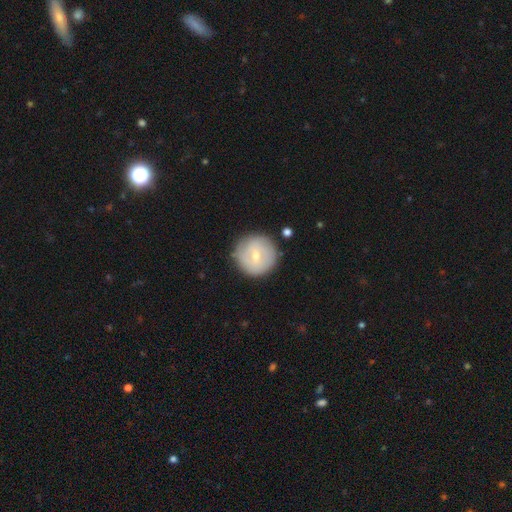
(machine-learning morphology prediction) A smooth galaxy with no disk features (51%) that is round (95%).

Vote fractions:
- Smooth or featured? smooth: 51% / featured or disk: 43% / star or artifact: 6%
- How rounded? round: 95% / in between: 4% / cigar-shaped: 1%
- Merging? none: 85% / minor disturbance: 10% / major disturbance: 3% / merger: 2%